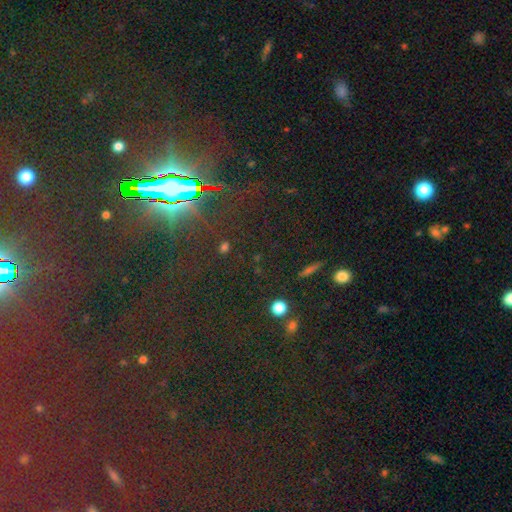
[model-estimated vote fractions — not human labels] Overall: star or artifact (82%).